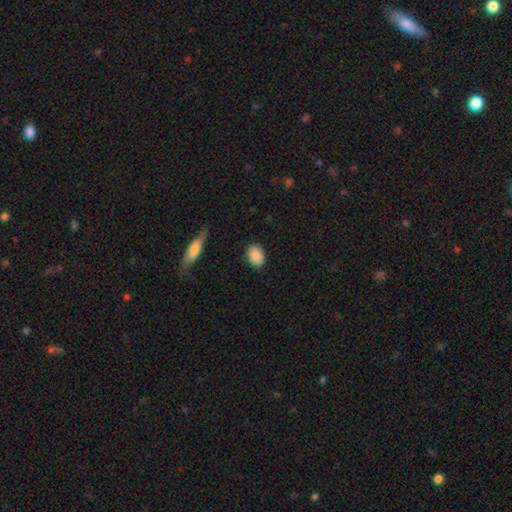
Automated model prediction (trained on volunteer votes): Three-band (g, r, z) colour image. It shows a smooth galaxy with no disk features (88%) that is in between round and cigar-shaped (77%). Merging: none (86%).